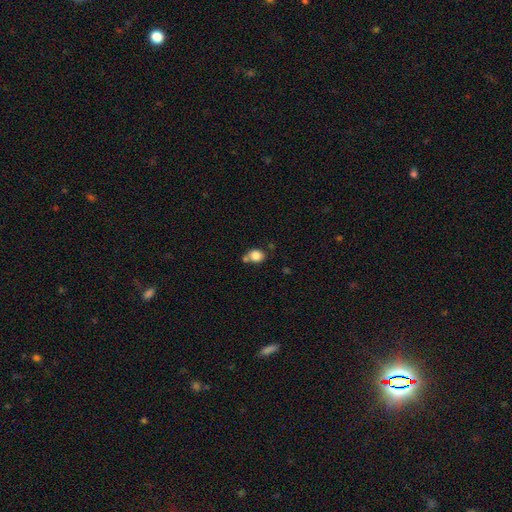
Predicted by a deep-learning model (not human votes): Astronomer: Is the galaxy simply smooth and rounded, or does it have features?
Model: smooth — 83%.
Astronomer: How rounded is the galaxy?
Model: round — 59% (runner-up: in between, 40%).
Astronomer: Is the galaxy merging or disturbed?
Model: none — 53%.